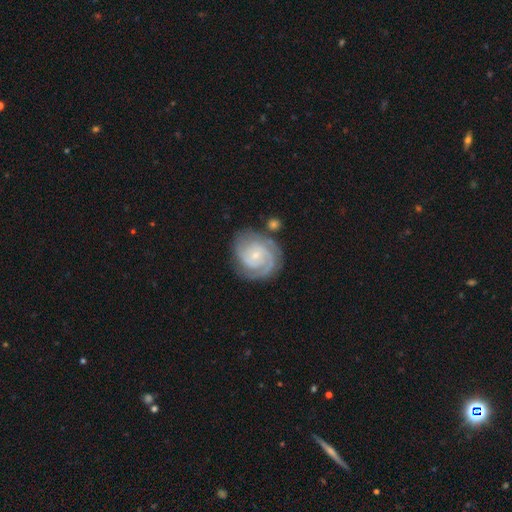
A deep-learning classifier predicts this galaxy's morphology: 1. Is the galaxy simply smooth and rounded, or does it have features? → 86% featured or disk, 9% smooth, 5% star or artifact.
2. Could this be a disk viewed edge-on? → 98% no, 2% yes.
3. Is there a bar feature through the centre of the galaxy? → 67% no, 28% weak, 5% strong.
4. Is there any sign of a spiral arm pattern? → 97% yes, 3% no.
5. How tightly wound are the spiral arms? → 70% tight, 25% medium, 5% loose.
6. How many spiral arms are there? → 38% 2, 28% 3, 18% can't tell, 6% 4, 5% 1, 4% more than 4.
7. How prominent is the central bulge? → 75% small, 20% moderate, 2% none, 1% large, 1% dominant.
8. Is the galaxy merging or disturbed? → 72% none, 17% minor disturbance, 6% major disturbance, 5% merger.